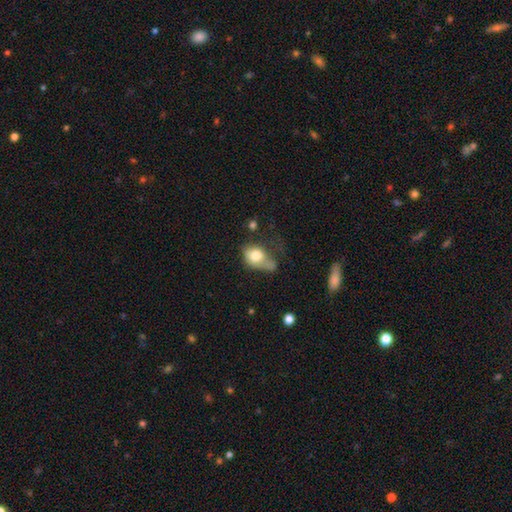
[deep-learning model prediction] Smooth or featured?
  - smooth: 73% *
  - featured or disk: 18%
  - star or artifact: 9%
How rounded?
  - in between: 66% *
  - round: 32%
  - cigar-shaped: 2%
Merging?
  - major disturbance: 40% *
  - minor disturbance: 27%
  - none: 20%
  - merger: 14%